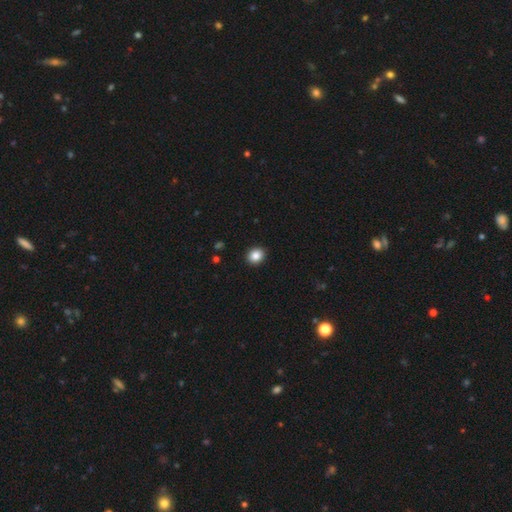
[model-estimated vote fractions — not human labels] Overall: smooth (86%). How rounded: round (70%). Merging: none (92%).